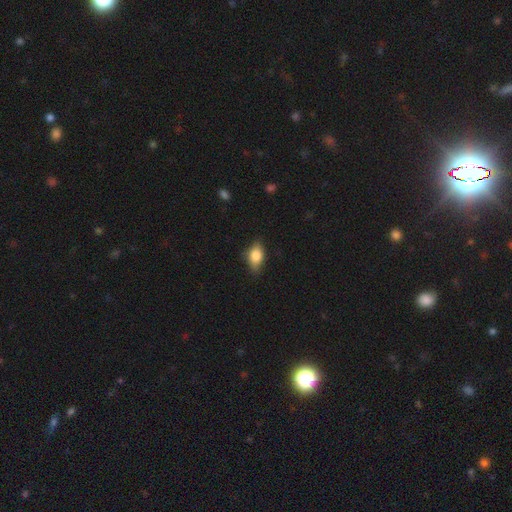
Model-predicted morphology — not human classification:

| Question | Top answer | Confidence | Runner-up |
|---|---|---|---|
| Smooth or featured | smooth | 78% | featured or disk (15%) |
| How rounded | in between | 84% | round (11%) |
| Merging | none | 73% | minor disturbance (22%) |